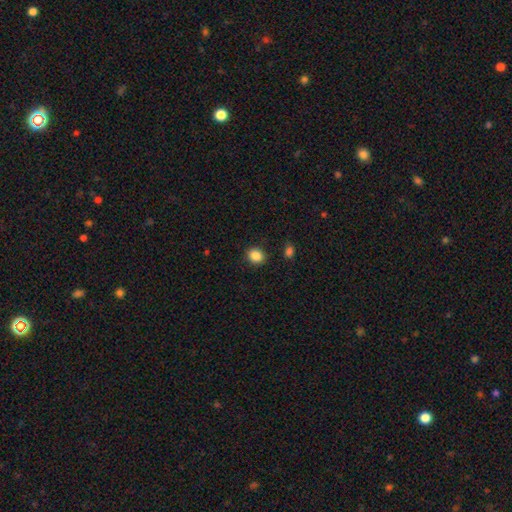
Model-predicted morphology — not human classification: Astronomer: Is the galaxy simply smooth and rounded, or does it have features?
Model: smooth — 87%.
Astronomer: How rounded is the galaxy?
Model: round — 63%.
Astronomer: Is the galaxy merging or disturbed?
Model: none — 87%.